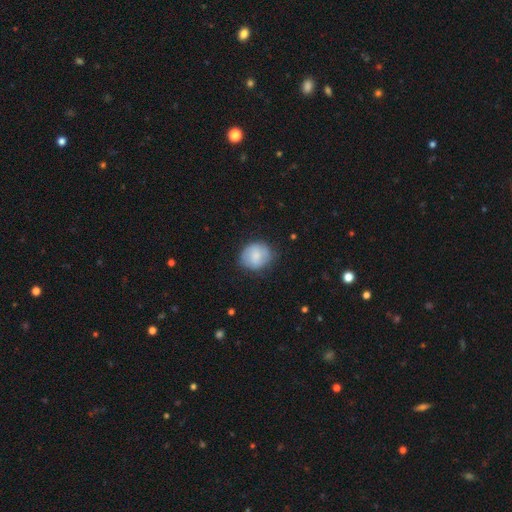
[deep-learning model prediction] smooth 72%, featured or disk 21%, star or artifact 7%. Down the decision tree: how rounded — round (74%); merging — none (74%).